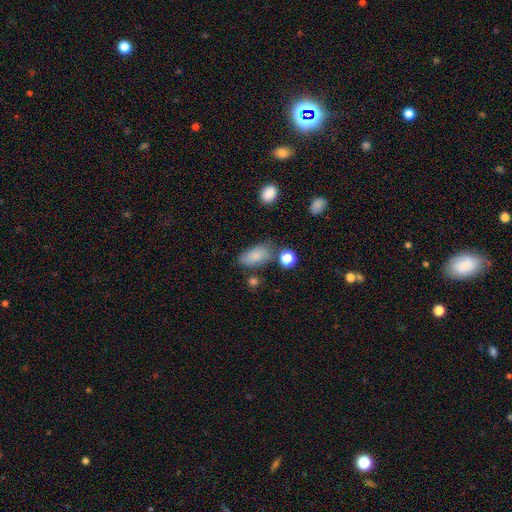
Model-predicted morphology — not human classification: This appears to be a smooth galaxy with no disk features (83%) that is in between round and cigar-shaped (91%). Merging: none (63%).